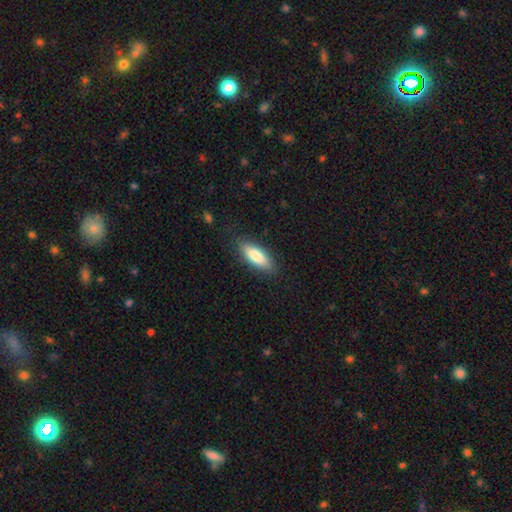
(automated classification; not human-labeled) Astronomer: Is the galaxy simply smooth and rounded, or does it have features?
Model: smooth — 81%.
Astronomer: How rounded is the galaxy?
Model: in between — 66%.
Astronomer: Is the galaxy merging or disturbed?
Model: none — 83%.